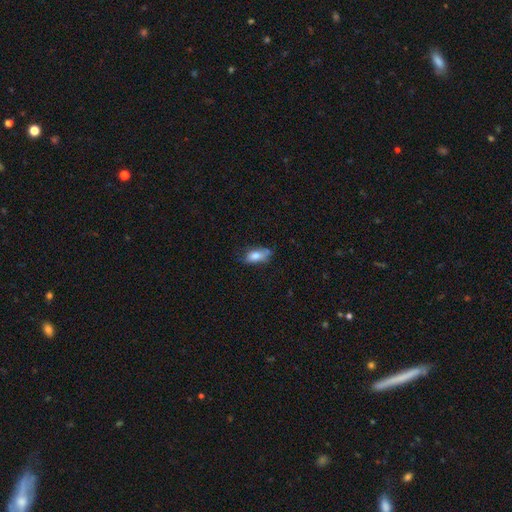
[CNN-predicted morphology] This appears to be a smooth galaxy with no disk features (76%) that is in between round and cigar-shaped (82%). Merging: none (53%).